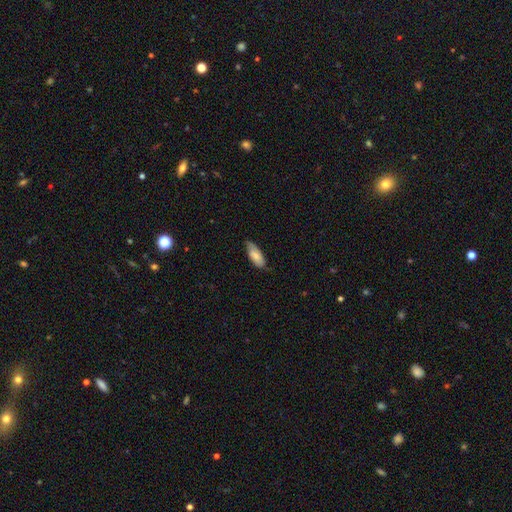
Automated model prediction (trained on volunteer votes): smooth 70%, featured or disk 23%, star or artifact 6%. Down the decision tree: how rounded — in between (81%); merging — none (66%).